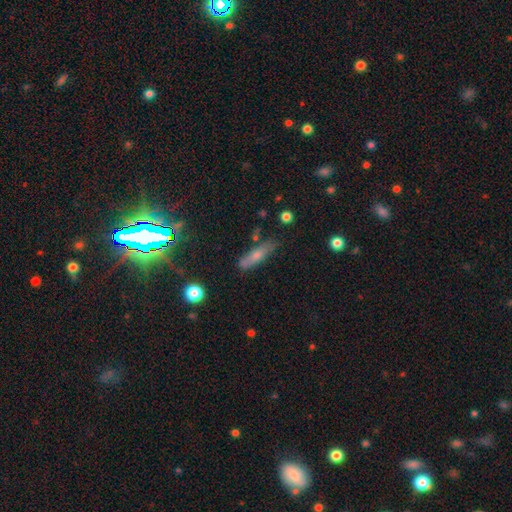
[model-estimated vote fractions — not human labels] The model was most divided on "smooth or featured": smooth: 61%, featured or disk: 29%, star or artifact: 10%. More confident: merging — none (72%); how rounded — cigar-shaped (71%).